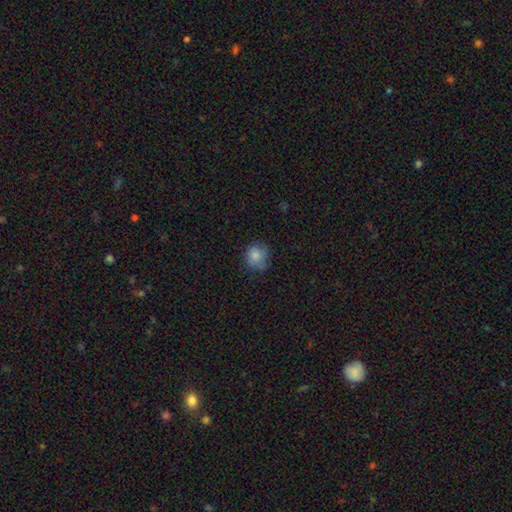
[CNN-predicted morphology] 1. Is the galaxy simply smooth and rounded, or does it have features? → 79% smooth, 12% featured or disk, 9% star or artifact.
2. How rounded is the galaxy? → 79% round, 20% in between, 1% cigar-shaped.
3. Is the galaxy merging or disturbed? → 66% none, 24% minor disturbance, 9% major disturbance, 1% merger.